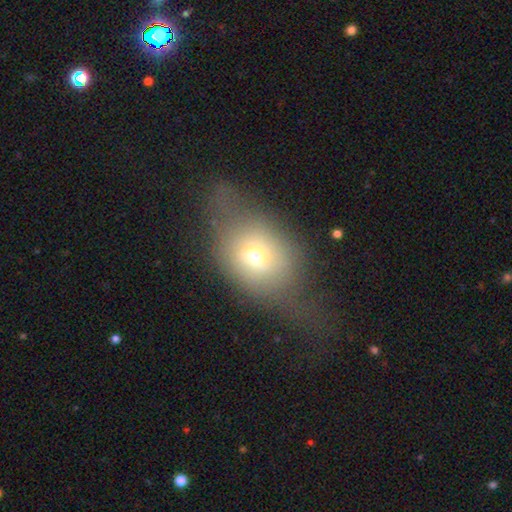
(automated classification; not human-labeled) The model was most divided on "merging": none: 36%, major disturbance: 35%, minor disturbance: 24%, merger: 5%. More confident: smooth or featured — smooth (61%); how rounded — in between (55%).